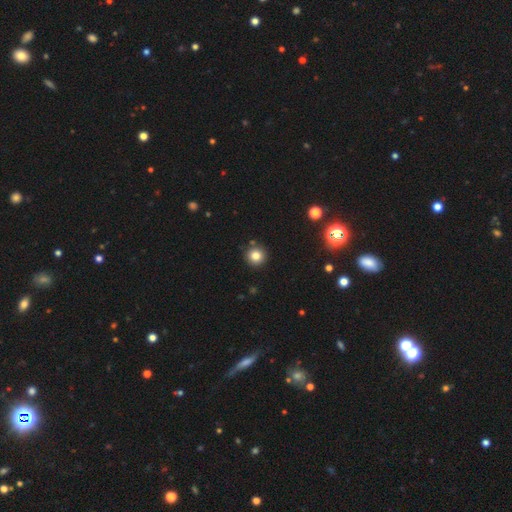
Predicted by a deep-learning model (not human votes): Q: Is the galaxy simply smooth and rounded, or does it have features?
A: smooth — 81%.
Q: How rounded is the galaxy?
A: round — 94%.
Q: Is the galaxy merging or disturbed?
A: none — 88%.